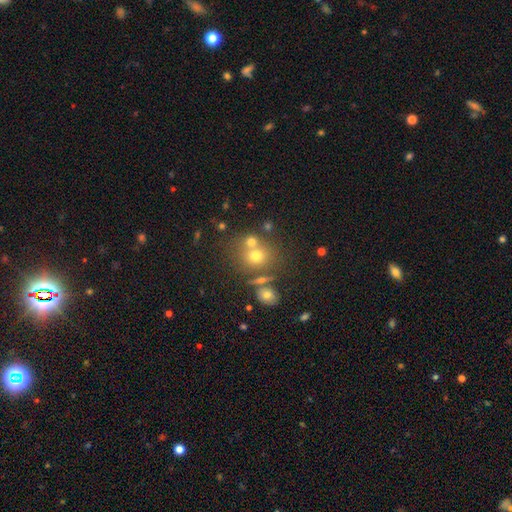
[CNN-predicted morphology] Smooth or featured?
  - smooth: 66% *
  - star or artifact: 19%
  - featured or disk: 16%
How rounded?
  - round: 79% *
  - in between: 20%
  - cigar-shaped: 1%
Merging?
  - none: 52% *
  - merger: 33%
  - minor disturbance: 10%
  - major disturbance: 5%